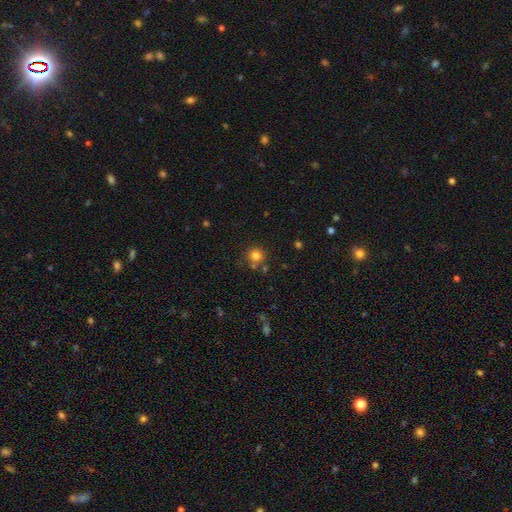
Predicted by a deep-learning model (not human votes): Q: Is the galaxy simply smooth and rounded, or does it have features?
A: smooth — 79%.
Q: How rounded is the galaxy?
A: round — 92%.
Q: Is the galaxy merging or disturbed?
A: none — 72%.